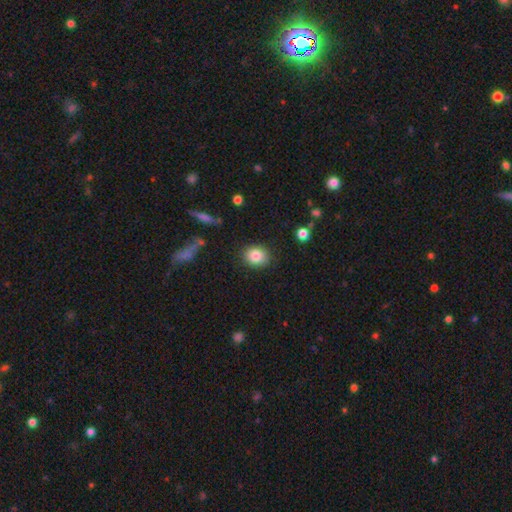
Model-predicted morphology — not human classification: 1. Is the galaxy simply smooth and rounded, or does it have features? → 84% smooth, 9% star or artifact, 7% featured or disk.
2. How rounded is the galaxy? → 64% round, 35% in between, 1% cigar-shaped.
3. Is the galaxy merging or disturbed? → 87% none, 9% minor disturbance, 2% major disturbance, 1% merger.